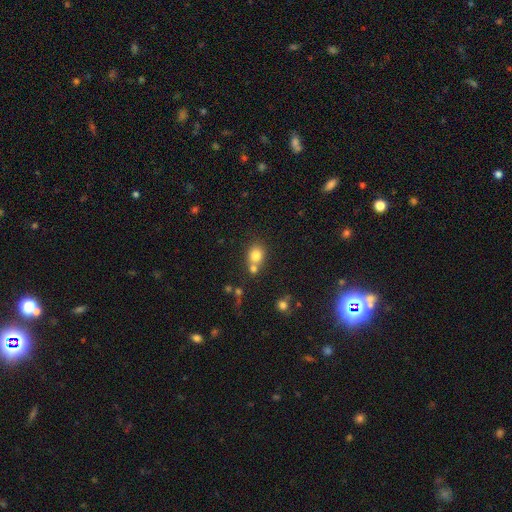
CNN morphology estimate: A smooth galaxy with no disk features (80%) that is round (69%).

Vote fractions:
- Smooth or featured? smooth: 80% / star or artifact: 11% / featured or disk: 9%
- How rounded? round: 69% / in between: 29% / cigar-shaped: 1%
- Merging? none: 51% / merger: 36% / minor disturbance: 9% / major disturbance: 3%